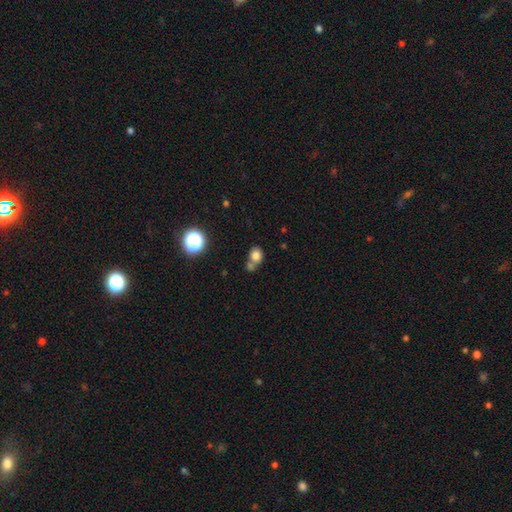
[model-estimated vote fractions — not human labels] Q: Smooth or featured?
A: smooth (78%); runner-up: star or artifact (13%)
Q: How rounded?
A: round (63%); runner-up: in between (36%)
Q: Merging?
A: none (47%); runner-up: merger (36%)